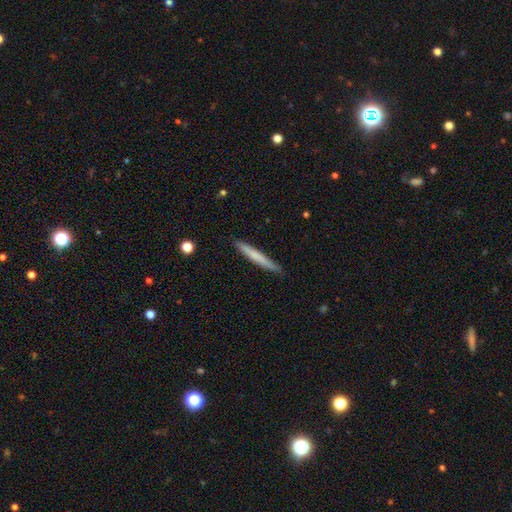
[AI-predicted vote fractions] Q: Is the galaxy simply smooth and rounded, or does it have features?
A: smooth — 64%.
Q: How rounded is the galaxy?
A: cigar-shaped — 96%.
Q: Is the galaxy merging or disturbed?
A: none — 88%.